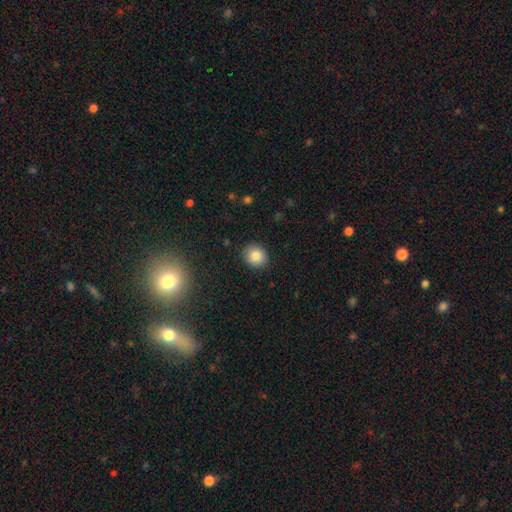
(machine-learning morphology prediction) Smooth or featured: smooth — 84% (star or artifact — 10%)
How rounded: round — 82% (in between — 17%)
Merging: none — 89% (minor disturbance — 8%)